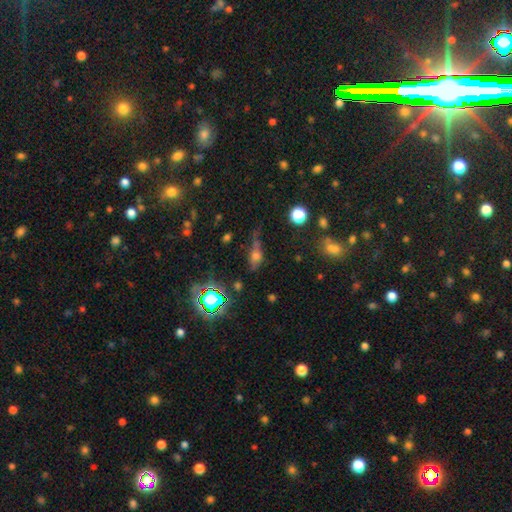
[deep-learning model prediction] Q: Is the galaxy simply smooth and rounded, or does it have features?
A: smooth — 46%.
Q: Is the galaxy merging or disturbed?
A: none — 48%.